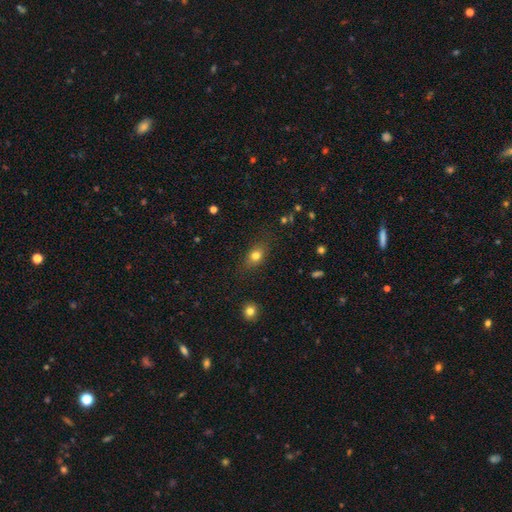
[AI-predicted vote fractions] smooth-or-featured: smooth: 77% | star or artifact: 12% | featured or disk: 11%
  how-rounded: in between: 66% | round: 30% | cigar-shaped: 4%
  merging: none: 79% | minor disturbance: 15% | major disturbance: 5% | merger: 2%